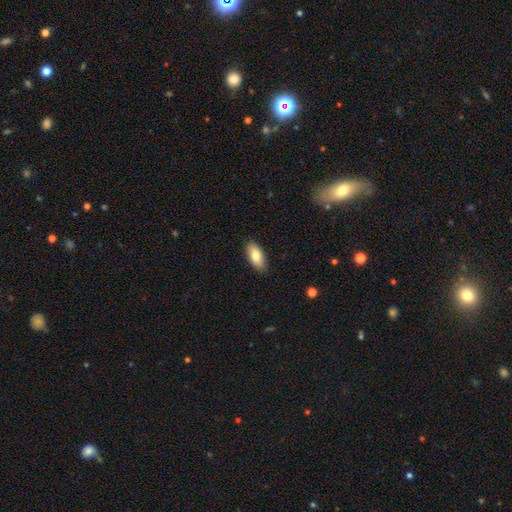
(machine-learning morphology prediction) A smooth galaxy with no disk features (80%) that is in between round and cigar-shaped (88%). Merging: none (88%).